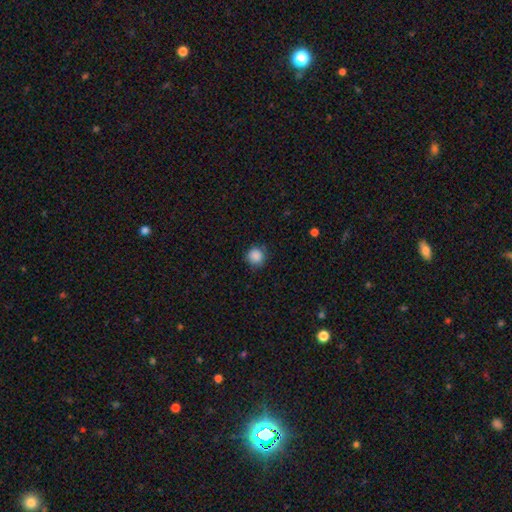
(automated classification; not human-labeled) A smooth galaxy with no disk features (87%) that is round (93%).

Vote fractions:
- Smooth or featured? smooth: 87% / star or artifact: 10% / featured or disk: 3%
- How rounded? round: 93% / in between: 6% / cigar-shaped: 1%
- Merging? none: 85% / minor disturbance: 12% / major disturbance: 3% / merger: 1%